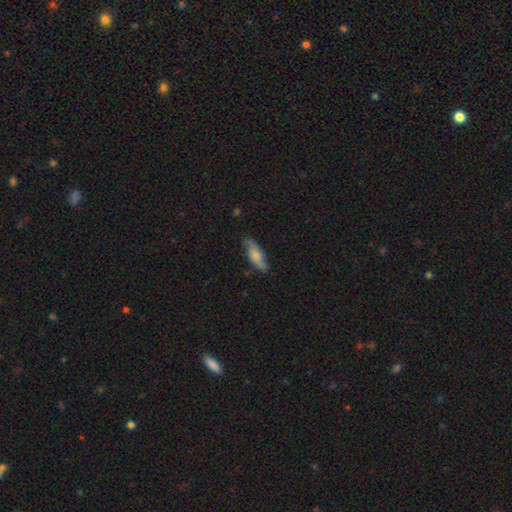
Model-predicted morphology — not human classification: Smooth or featured? smooth (56%)
How rounded? in between (59%)
Merging? none (75%)